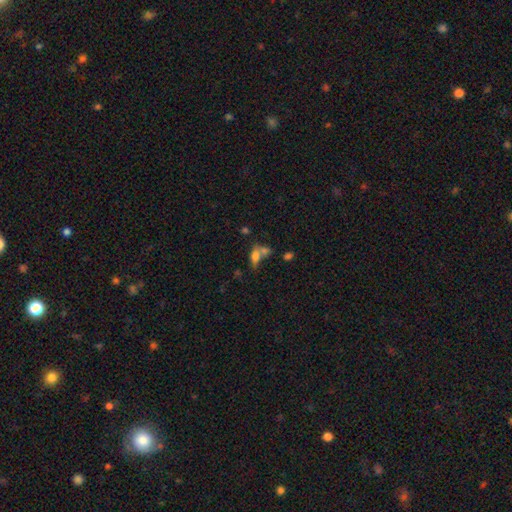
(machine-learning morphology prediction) A smooth galaxy with no disk features (71%) that is in between round and cigar-shaped (80%).

Vote fractions:
- Smooth or featured? smooth: 71% / featured or disk: 16% / star or artifact: 13%
- How rounded? in between: 80% / round: 11% / cigar-shaped: 9%
- Merging? merger: 46% / none: 33% / minor disturbance: 12% / major disturbance: 8%